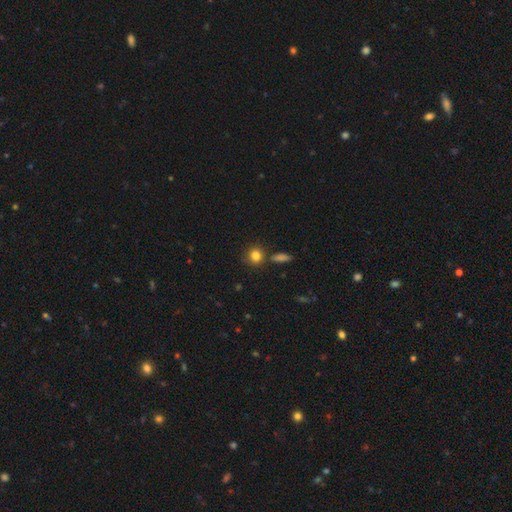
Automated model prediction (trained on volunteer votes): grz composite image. It shows a smooth galaxy with no disk features (83%) that is round (82%). Merging: none (75%).